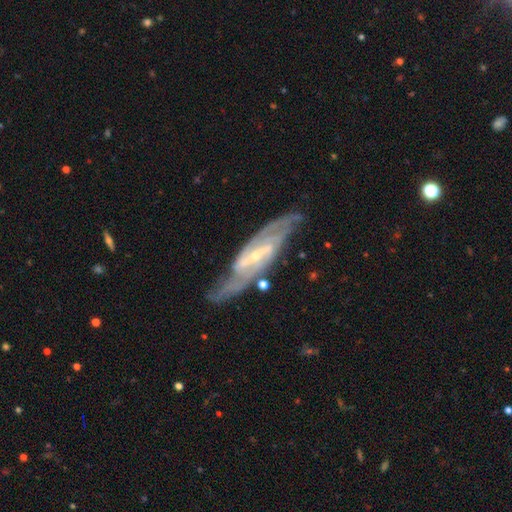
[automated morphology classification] Smooth or featured?
  - featured or disk: 90% *
  - smooth: 5%
  - star or artifact: 5%
Edge-on disk?
  - no: 87% *
  - yes: 13%
Bar?
  - strong: 57% *
  - weak: 31%
  - no: 12%
Spiral arms?
  - yes: 97% *
  - no: 3%
Spiral winding?
  - medium: 50% *
  - tight: 34%
  - loose: 17%
Spiral arm count?
  - 2: 80% *
  - can't tell: 8%
  - 3: 6%
  - 4: 3%
  - 1: 2%
  - more than 4: 2%
Bulge size?
  - small: 74% *
  - moderate: 23%
  - none: 2%
  - large: 1%
  - dominant: 1%
Merging?
  - none: 75% *
  - minor disturbance: 16%
  - major disturbance: 6%
  - merger: 3%